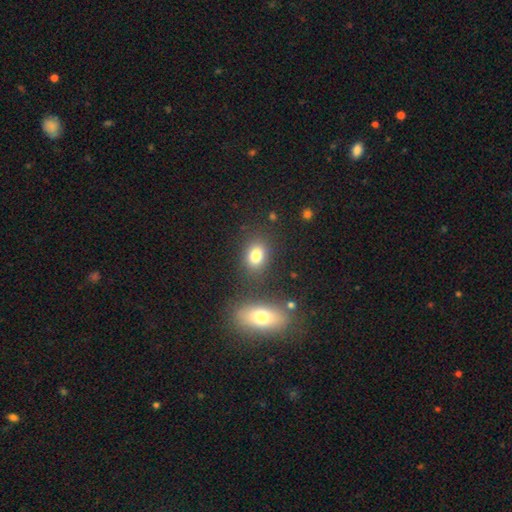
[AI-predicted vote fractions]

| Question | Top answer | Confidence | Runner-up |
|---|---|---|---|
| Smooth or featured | smooth | 80% | star or artifact (11%) |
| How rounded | in between | 66% | round (32%) |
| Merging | none | 76% | minor disturbance (11%) |